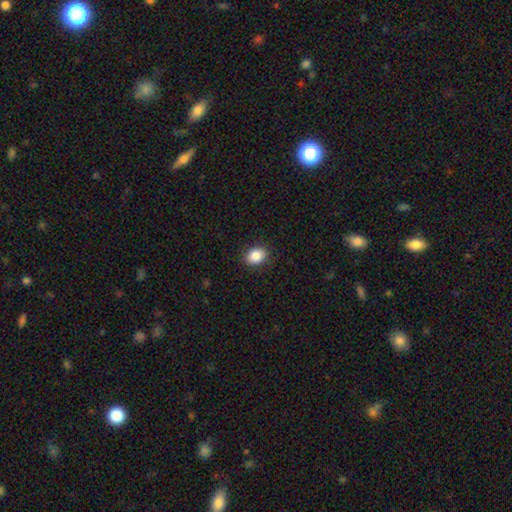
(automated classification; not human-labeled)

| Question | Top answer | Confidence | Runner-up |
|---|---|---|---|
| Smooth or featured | smooth | 86% | star or artifact (9%) |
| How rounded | in between | 61% | round (38%) |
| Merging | none | 89% | minor disturbance (8%) |